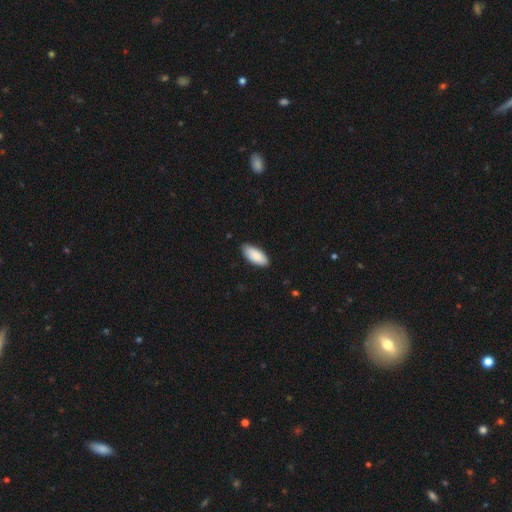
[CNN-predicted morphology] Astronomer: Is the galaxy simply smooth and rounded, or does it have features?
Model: smooth — 89%.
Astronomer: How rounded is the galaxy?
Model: in between — 88%.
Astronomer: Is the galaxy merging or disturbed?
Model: none — 84%.